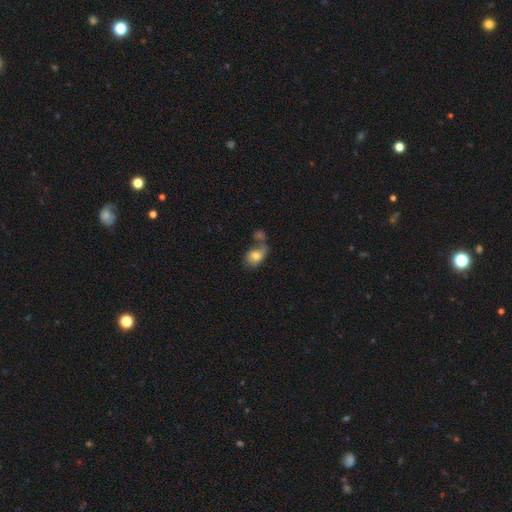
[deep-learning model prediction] A smooth galaxy with no disk features (61%) that is in between round and cigar-shaped (63%). Merging: merger (43%).